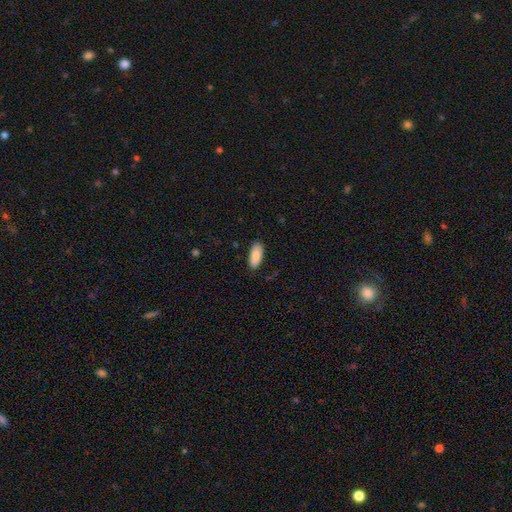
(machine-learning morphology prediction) A smooth galaxy with no disk features (86%) that is in between round and cigar-shaped (83%).

Vote fractions:
- Smooth or featured? smooth: 86% / featured or disk: 8% / star or artifact: 6%
- How rounded? in between: 83% / cigar-shaped: 16% / round: 2%
- Merging? none: 87% / minor disturbance: 10% / major disturbance: 2% / merger: 1%